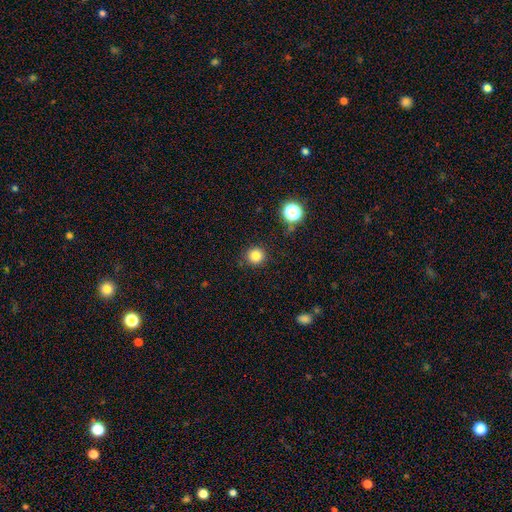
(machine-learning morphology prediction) Smooth or featured? Predicted: smooth (p=0.82). How rounded? Predicted: round (p=0.94). Merging? Predicted: none (p=0.90).